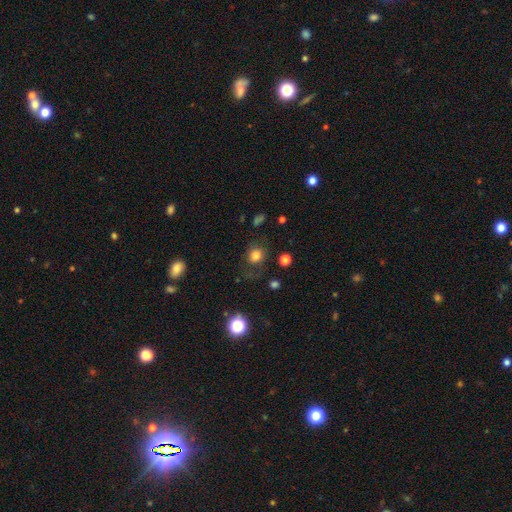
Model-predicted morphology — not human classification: smooth-or-featured: smooth: 78% | star or artifact: 14% | featured or disk: 8%
  how-rounded: round: 79% | in between: 20% | cigar-shaped: 1%
  merging: none: 70% | minor disturbance: 16% | major disturbance: 11% | merger: 2%